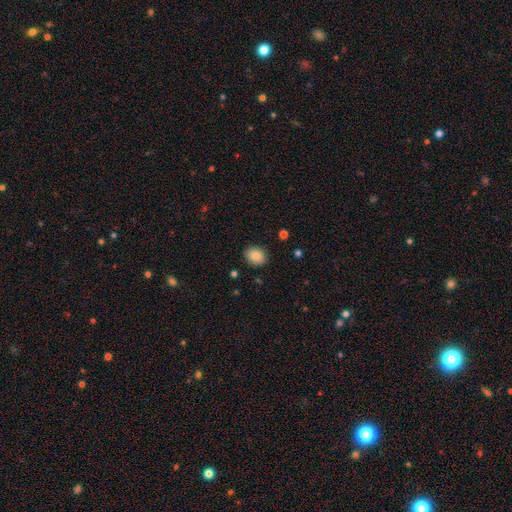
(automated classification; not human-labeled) The model was most divided on "how rounded": round: 55%, in between: 44%, cigar-shaped: 1%. More confident: merging — none (89%); smooth or featured — smooth (87%).